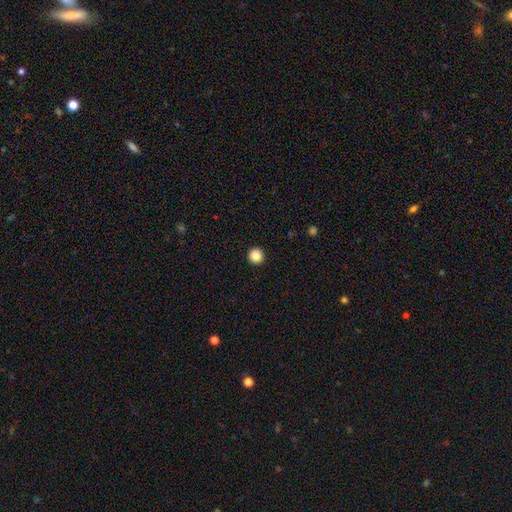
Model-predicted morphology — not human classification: smooth 86%, star or artifact 10%, featured or disk 4%. Down the decision tree: how rounded — round (96%); merging — none (94%).